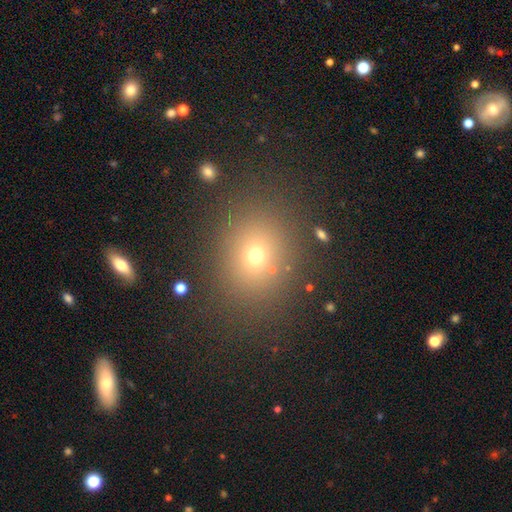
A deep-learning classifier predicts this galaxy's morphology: Smooth or featured? smooth (66%)
How rounded? round (61%)
Merging? none (84%)